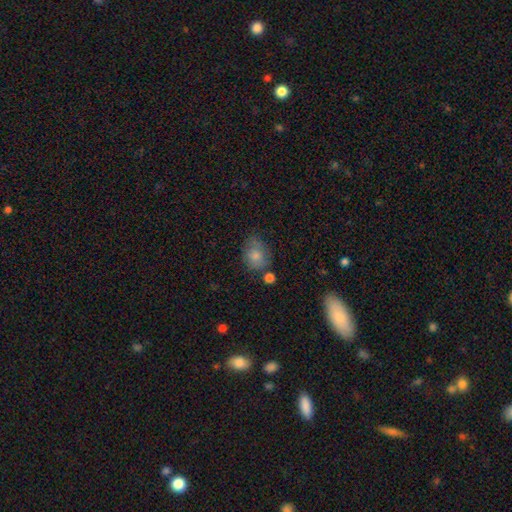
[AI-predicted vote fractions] smooth 78%, featured or disk 13%, star or artifact 9%. Down the decision tree: how rounded — round (50%); merging — none (54%).